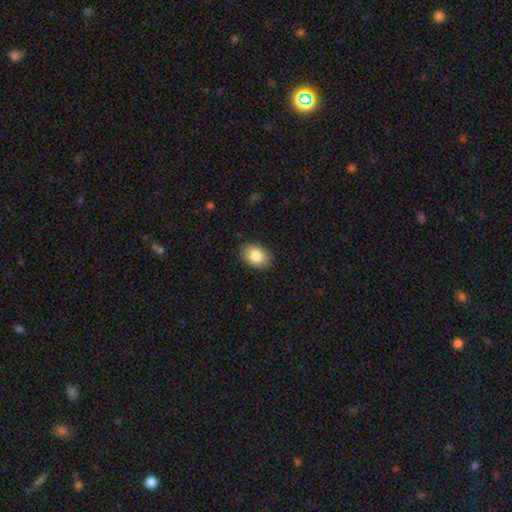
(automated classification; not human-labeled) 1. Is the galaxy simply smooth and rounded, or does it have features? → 84% smooth, 8% featured or disk, 7% star or artifact.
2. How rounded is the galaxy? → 77% in between, 22% round, 1% cigar-shaped.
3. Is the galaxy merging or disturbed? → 88% none, 9% minor disturbance, 2% major disturbance, 1% merger.